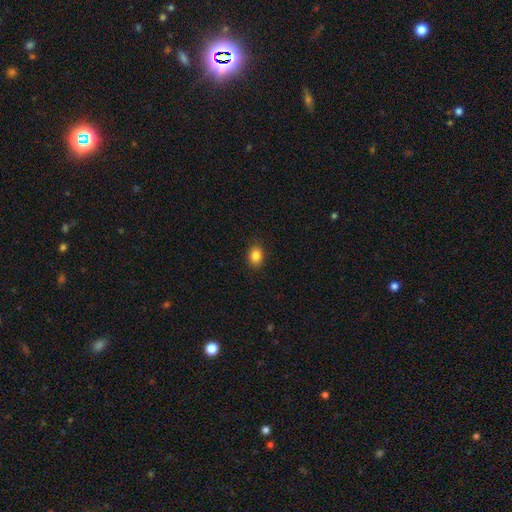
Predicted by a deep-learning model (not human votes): Smooth or featured: smooth — 85% (star or artifact — 10%)
How rounded: in between — 56% (round — 43%)
Merging: none — 89% (minor disturbance — 8%)